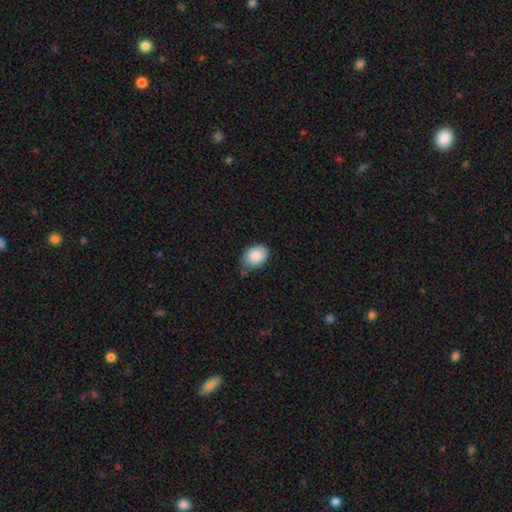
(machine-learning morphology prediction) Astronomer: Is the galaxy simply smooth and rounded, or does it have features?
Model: smooth — 87%.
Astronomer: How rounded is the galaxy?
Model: in between — 79%.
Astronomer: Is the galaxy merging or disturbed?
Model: none — 71%.